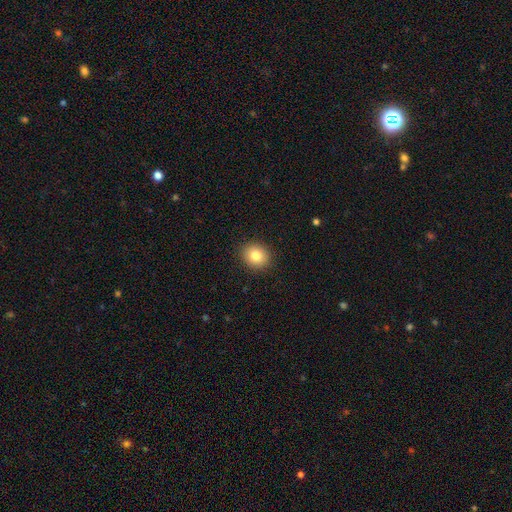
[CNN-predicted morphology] smooth_or_featured: smooth (p=0.83) [alt: star or artifact p=0.09]
how_rounded: round (p=0.71) [alt: in between p=0.28]
merging: none (p=0.90) [alt: minor disturbance p=0.07]